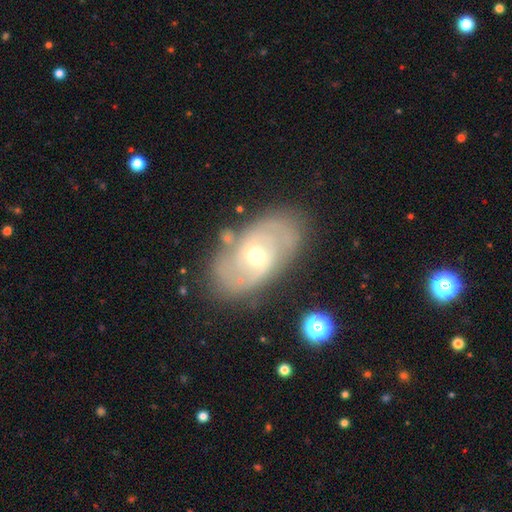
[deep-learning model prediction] This appears to be a featured or disk galaxy (79%) with no bar (64%), 2 (64%) tight (55%) spiral arms (87%) and a moderate central bulge (52%). Merging: none (77%).